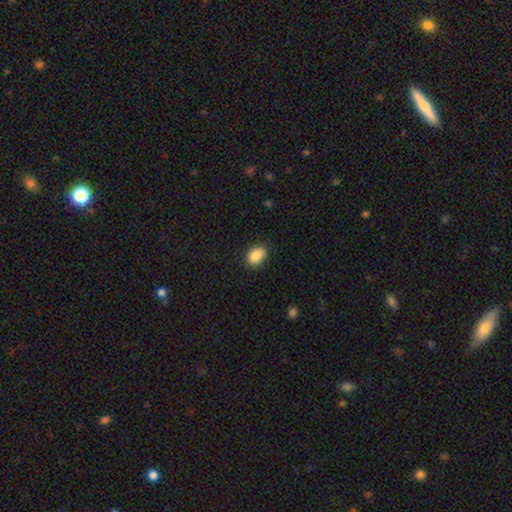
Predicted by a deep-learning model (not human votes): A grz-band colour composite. It shows a smooth galaxy with no disk features (88%) that is in between round and cigar-shaped (82%). Merging: none (81%).